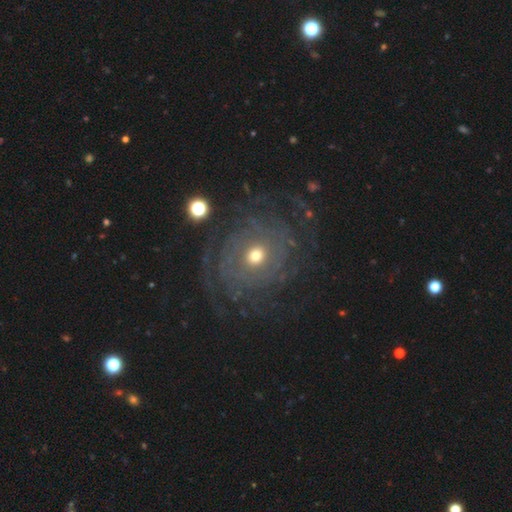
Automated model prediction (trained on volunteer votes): Smooth or featured? Predicted: featured or disk (p=0.78). Edge-on disk? Predicted: no (p=0.97). Bar? Predicted: no (p=0.82). Spiral arms? Predicted: yes (p=0.87). Spiral winding? Predicted: tight (p=0.64). Spiral arm count? Predicted: can't tell (p=0.36). Bulge size? Predicted: moderate (p=0.49). Merging? Predicted: none (p=0.75).